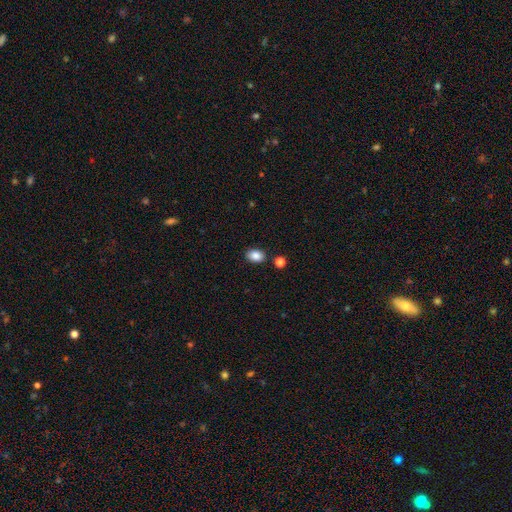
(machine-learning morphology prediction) The model was most divided on "how rounded": in between: 79%, round: 20%, cigar-shaped: 1%. More confident: smooth or featured — smooth (87%); merging — none (85%).